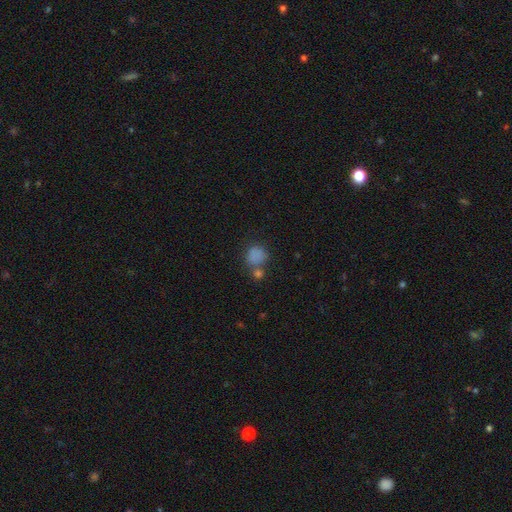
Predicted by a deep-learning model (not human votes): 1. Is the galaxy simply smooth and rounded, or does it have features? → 79% smooth, 13% star or artifact, 7% featured or disk.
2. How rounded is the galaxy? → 78% round, 21% in between, 1% cigar-shaped.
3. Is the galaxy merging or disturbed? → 52% none, 27% merger, 14% minor disturbance, 7% major disturbance.